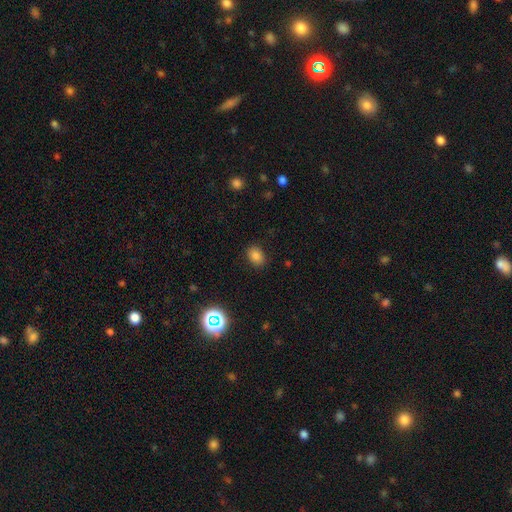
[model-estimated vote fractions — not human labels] This is clearly a smooth galaxy (81%). How rounded: likely in between (66%). Merging: clearly none (86%).